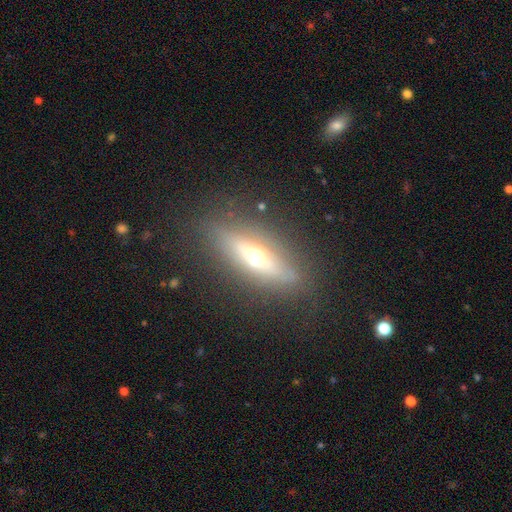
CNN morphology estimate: A featured or disk galaxy (65%) viewed edge-on (87%) with a rounded central bulge (92%). Merging: none (84%).